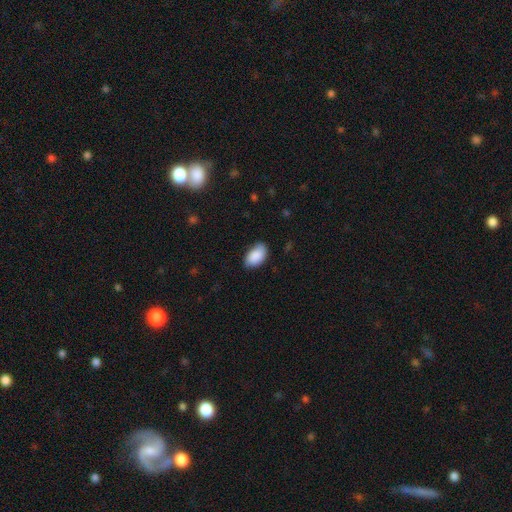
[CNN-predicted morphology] Smooth or featured? Predicted: smooth (p=0.88). How rounded? Predicted: in between (p=0.93). Merging? Predicted: none (p=0.76).